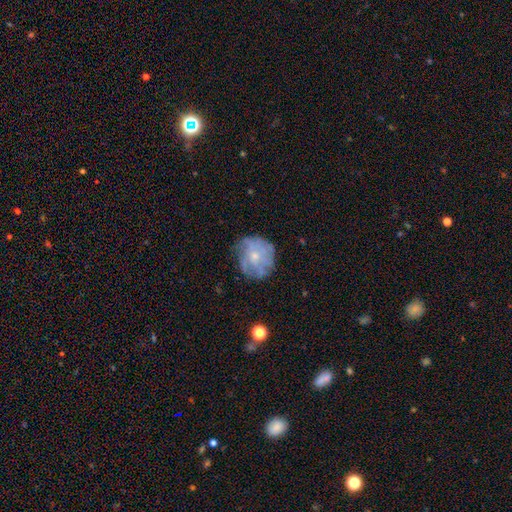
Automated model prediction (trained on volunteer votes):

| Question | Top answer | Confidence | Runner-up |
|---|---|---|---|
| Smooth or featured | featured or disk | 56% | smooth (33%) |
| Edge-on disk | no | 97% | yes (3%) |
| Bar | no | 85% | weak (13%) |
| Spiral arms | yes | 58% | no (42%) |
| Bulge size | small | 69% | moderate (25%) |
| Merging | none | 67% | minor disturbance (21%) |